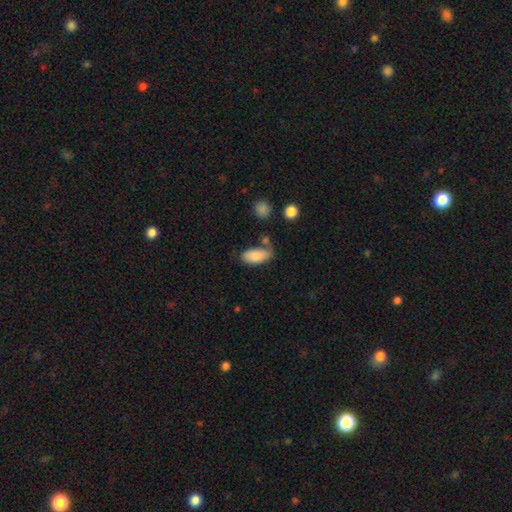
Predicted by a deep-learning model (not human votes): smooth-or-featured: smooth: 85% | featured or disk: 8% | star or artifact: 7%
  how-rounded: in between: 92% | cigar-shaped: 5% | round: 2%
  merging: none: 57% | minor disturbance: 23% | merger: 12% | major disturbance: 8%